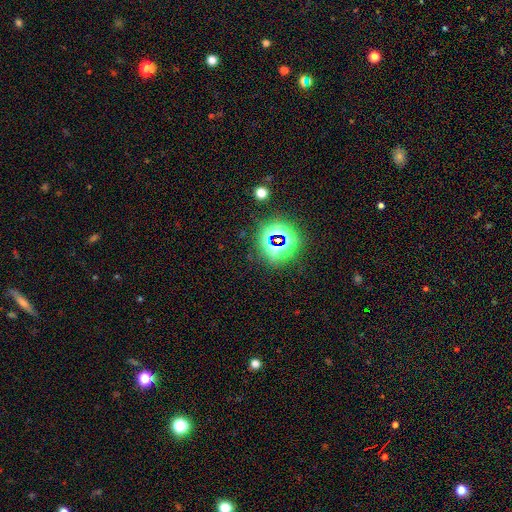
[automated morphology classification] A star or artifact, not a galaxy (76%).

Vote fractions:
- Smooth or featured? star or artifact: 76% / smooth: 15% / featured or disk: 8%